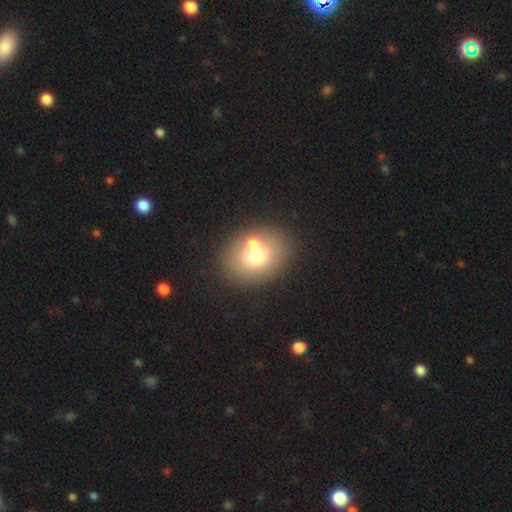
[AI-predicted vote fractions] smooth_or_featured: smooth (p=0.68) [alt: featured or disk p=0.20]
how_rounded: round (p=0.50) [tied with: in between p=0.50]
merging: none (p=0.62) [alt: merger p=0.25]